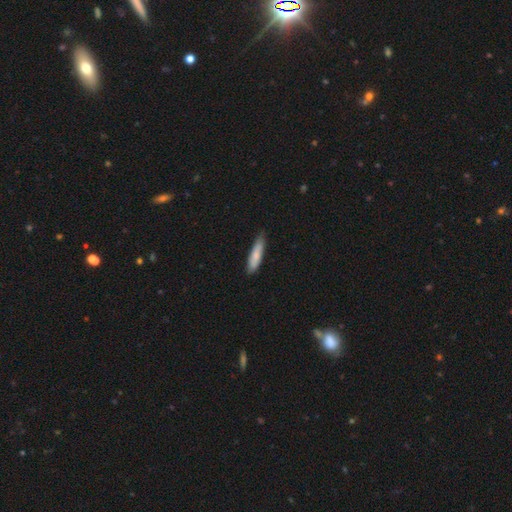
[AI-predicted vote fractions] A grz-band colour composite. It shows a smooth galaxy with no disk features (81%) that is cigar-shaped (77%). Merging: none (77%).